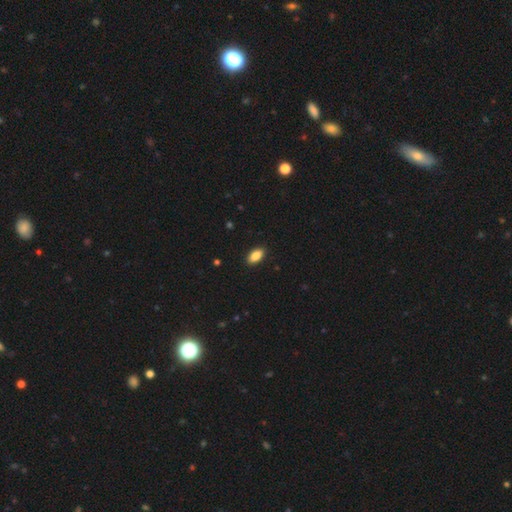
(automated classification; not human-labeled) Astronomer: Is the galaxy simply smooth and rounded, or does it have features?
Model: smooth — 87%.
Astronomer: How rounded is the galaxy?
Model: in between — 92%.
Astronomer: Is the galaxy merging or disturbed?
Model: none — 91%.